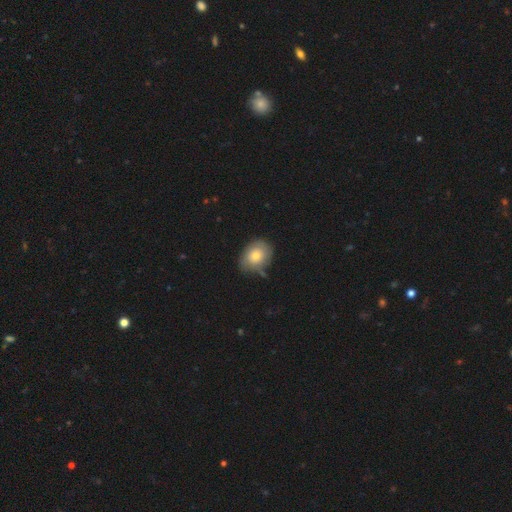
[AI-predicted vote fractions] Q: Smooth or featured?
A: smooth (71%); runner-up: featured or disk (21%)
Q: How rounded?
A: in between (51%); runner-up: round (48%)
Q: Merging?
A: none (64%); runner-up: minor disturbance (27%)